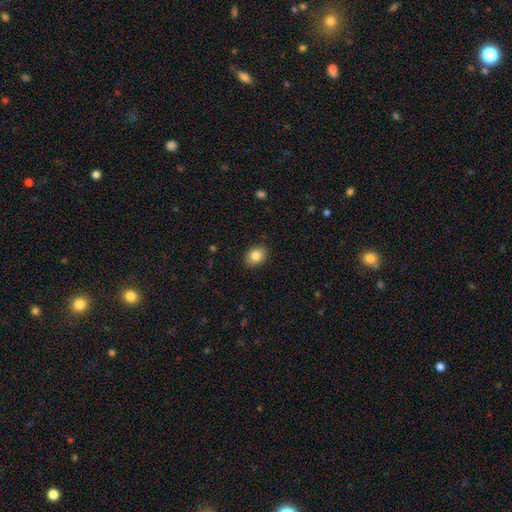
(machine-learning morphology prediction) This appears to be a smooth galaxy with no disk features (83%) that is in between round and cigar-shaped (54%). Merging: none (90%).